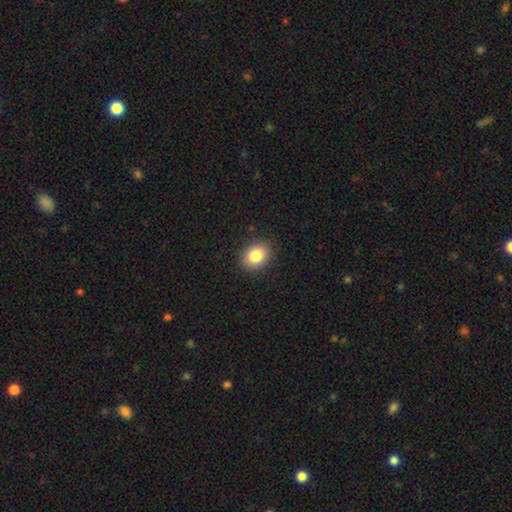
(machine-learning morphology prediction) Smooth or featured?
  - smooth: 84% *
  - star or artifact: 9%
  - featured or disk: 7%
How rounded?
  - in between: 54% *
  - round: 45%
  - cigar-shaped: 1%
Merging?
  - none: 89% *
  - minor disturbance: 8%
  - major disturbance: 2%
  - merger: 1%